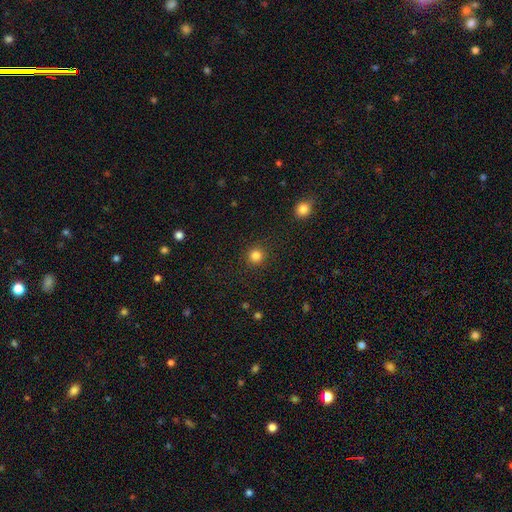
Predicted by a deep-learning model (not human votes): smooth 84%, star or artifact 12%, featured or disk 4%. Down the decision tree: how rounded — round (94%); merging — none (91%).